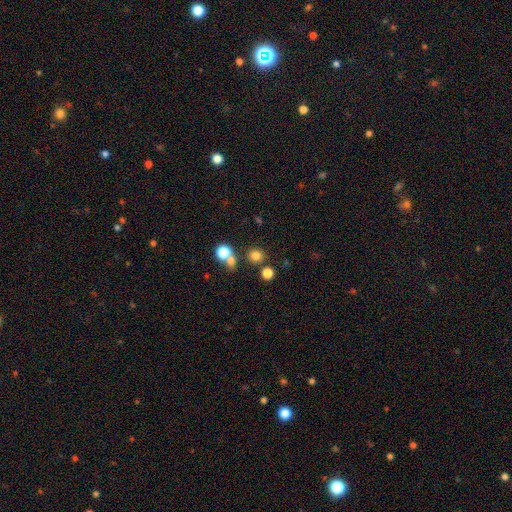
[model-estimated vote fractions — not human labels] Smooth or featured? Predicted: smooth (p=0.76). How rounded? Predicted: round (p=0.88). Merging? Predicted: none (p=0.74).